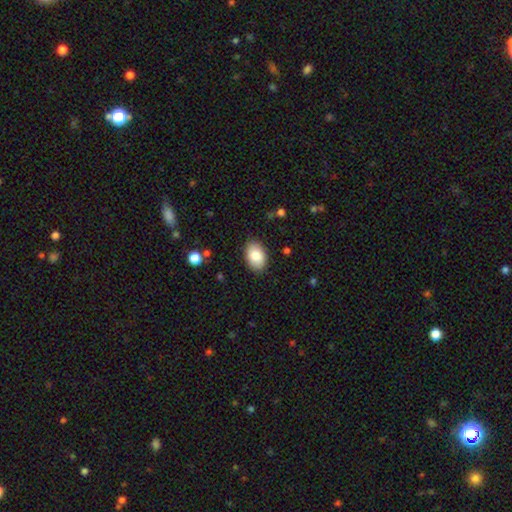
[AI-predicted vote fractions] Smooth or featured? smooth (85%)
How rounded? in between (86%)
Merging? none (86%)